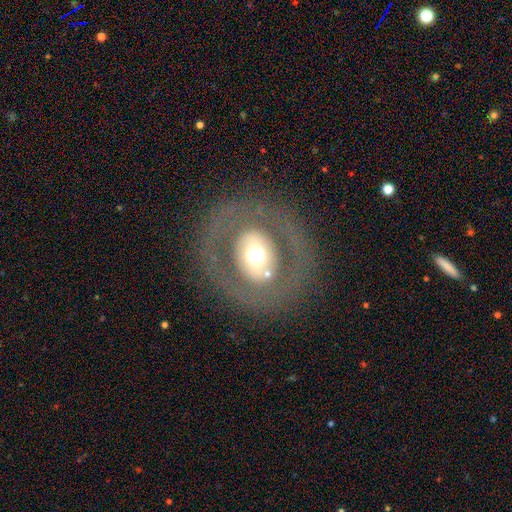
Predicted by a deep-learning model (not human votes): featured or disk 51%, smooth 39%, star or artifact 10%. Down the decision tree: edge-on disk — no (91%); merging — none (77%).